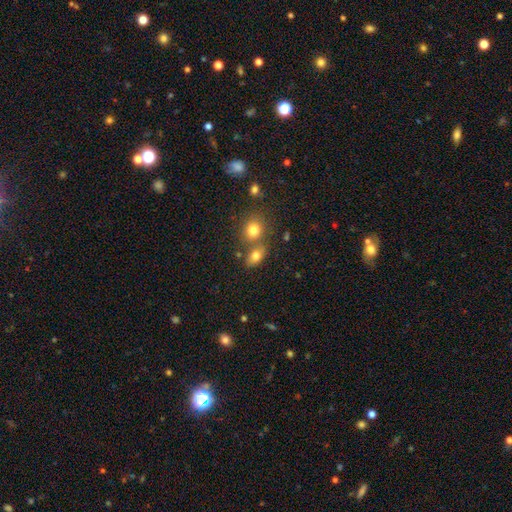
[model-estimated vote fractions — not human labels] Overall: smooth (77%). How rounded: in between (74%). Merging: none (52%; merger 33%).